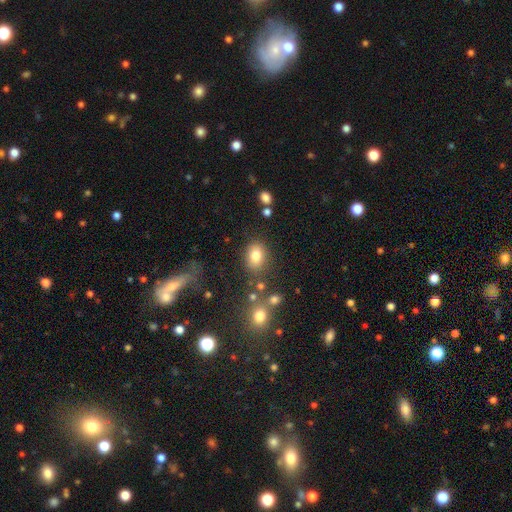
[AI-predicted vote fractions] Morphology: type=smooth (81%); roundness=in between (66%); merging=none (75%).